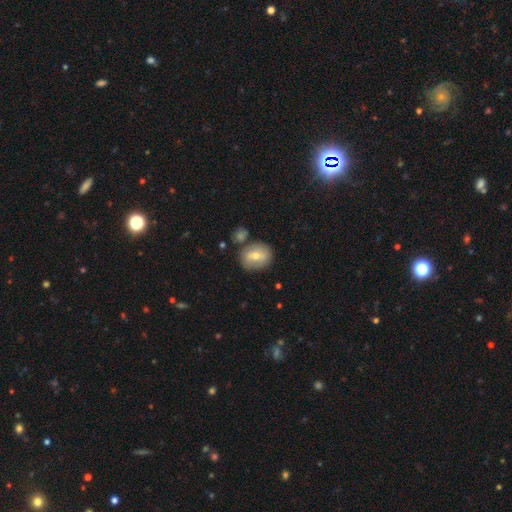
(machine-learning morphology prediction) Smooth or featured? Predicted: smooth (p=0.60). How rounded? Predicted: round (p=0.55). Merging? Predicted: none (p=0.70).